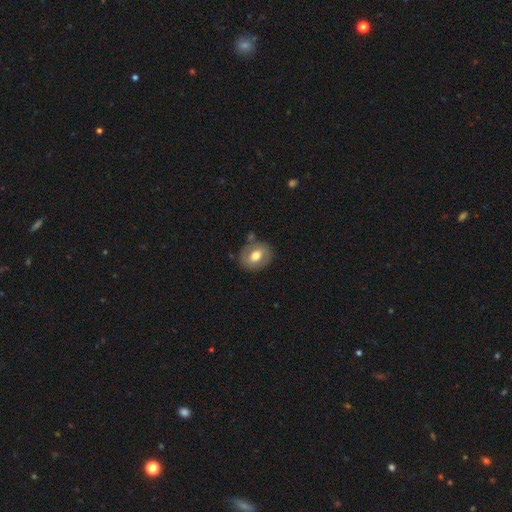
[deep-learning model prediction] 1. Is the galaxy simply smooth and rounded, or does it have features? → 50% smooth, 43% featured or disk, 7% star or artifact.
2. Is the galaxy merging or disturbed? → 75% none, 16% minor disturbance, 5% major disturbance, 4% merger.